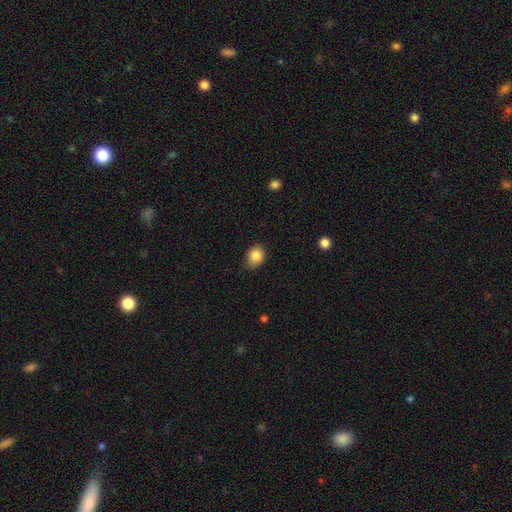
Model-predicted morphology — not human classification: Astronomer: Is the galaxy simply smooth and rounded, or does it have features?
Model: smooth — 85%.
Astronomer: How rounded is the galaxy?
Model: in between — 50% (runner-up: round, 49%).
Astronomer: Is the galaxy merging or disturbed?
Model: none — 77%.